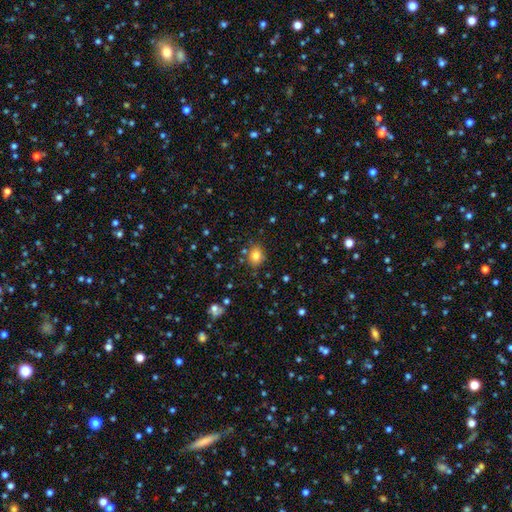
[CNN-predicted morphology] A smooth galaxy with no disk features (80%) that is round (59%).

Vote fractions:
- Smooth or featured? smooth: 80% / star or artifact: 13% / featured or disk: 8%
- How rounded? round: 59% / in between: 40% / cigar-shaped: 1%
- Merging? none: 80% / minor disturbance: 12% / merger: 4% / major disturbance: 3%